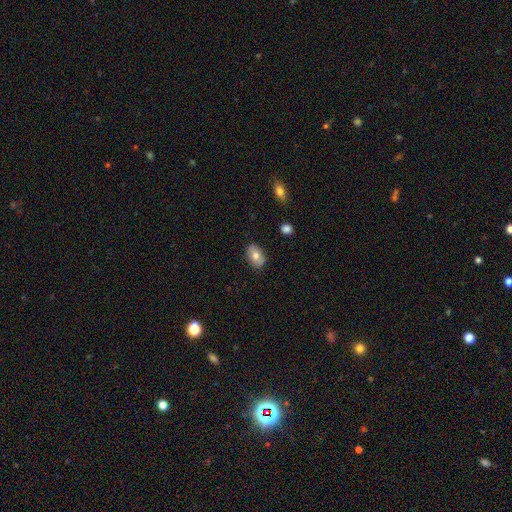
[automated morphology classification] This is likely a smooth galaxy (70%). How rounded: clearly in between (85%). Merging: clearly none (83%).